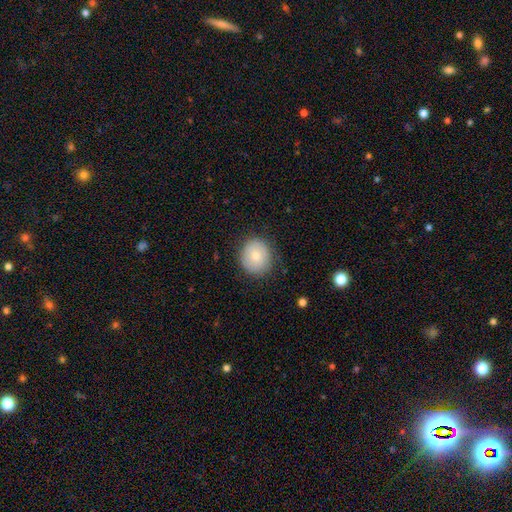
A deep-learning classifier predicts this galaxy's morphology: type=smooth (77%); roundness=round (82%); merging=none (83%).